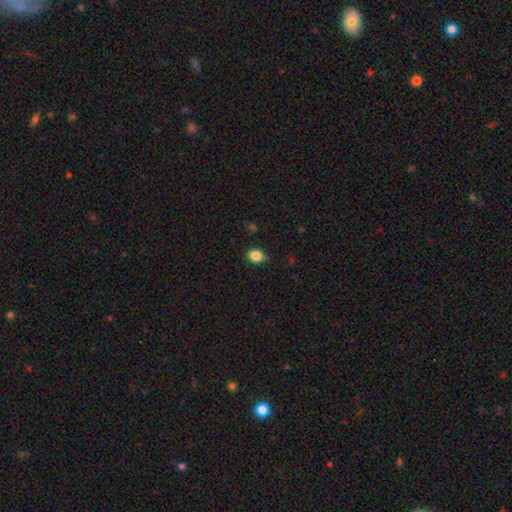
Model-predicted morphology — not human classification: type=smooth (85%); roundness=in between (56%); merging=none (76%).